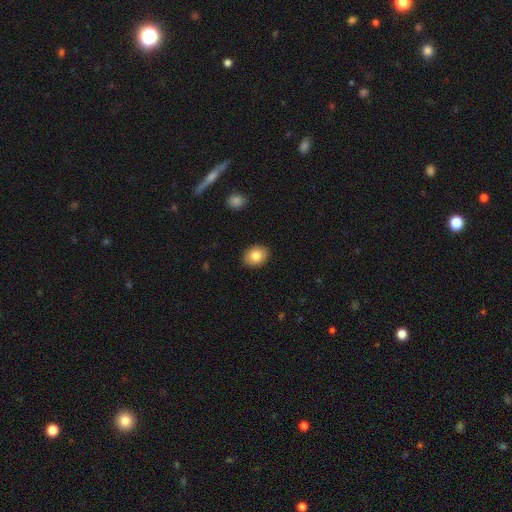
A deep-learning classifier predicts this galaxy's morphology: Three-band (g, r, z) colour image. It shows a smooth galaxy with no disk features (82%) that is in between round and cigar-shaped (58%). Merging: none (91%).